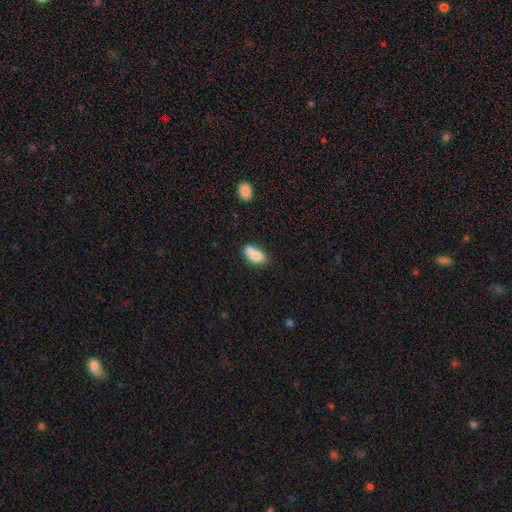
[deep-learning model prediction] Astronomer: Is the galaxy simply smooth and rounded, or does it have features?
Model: smooth — 75%.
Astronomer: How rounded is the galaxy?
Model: in between — 83%.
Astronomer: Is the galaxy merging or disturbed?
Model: merger — 52% (runner-up: none, 32%).